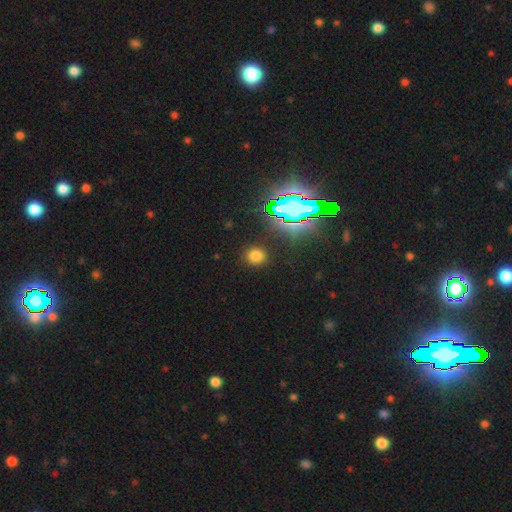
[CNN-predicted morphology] This is likely a smooth galaxy (69%). How rounded: clearly round (84%). Merging: clearly none (88%).